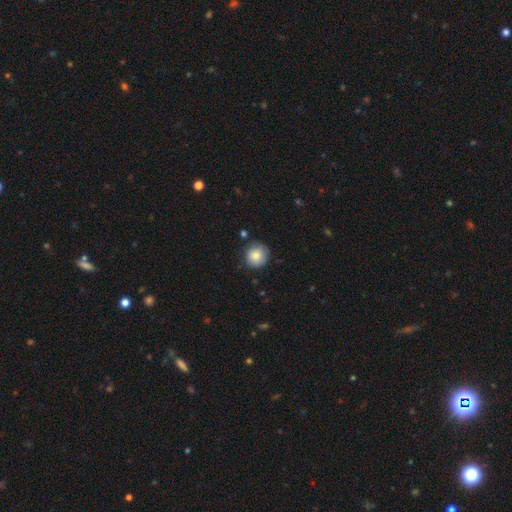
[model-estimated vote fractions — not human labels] smooth 82%, featured or disk 9%, star or artifact 8%. Down the decision tree: how rounded — round (92%); merging — none (81%).